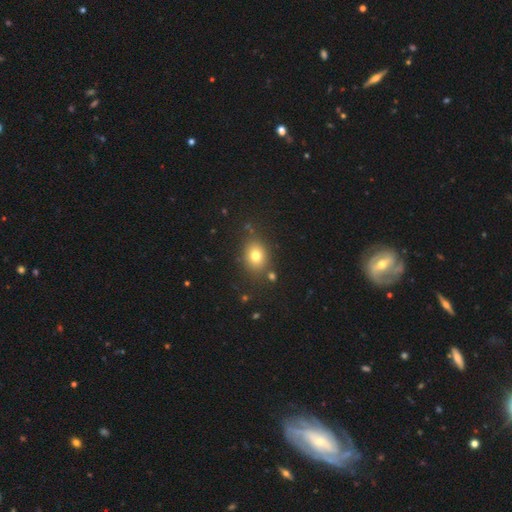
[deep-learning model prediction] This is likely a smooth galaxy (76%). How rounded: possibly in between (50%). Merging: likely none (79%).